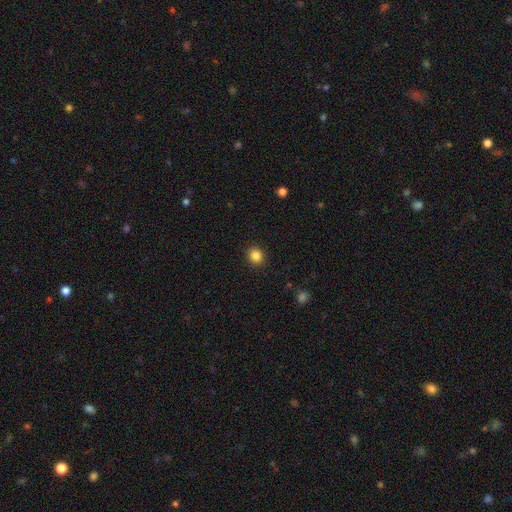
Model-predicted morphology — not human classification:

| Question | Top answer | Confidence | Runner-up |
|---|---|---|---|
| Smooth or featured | smooth | 85% | star or artifact (11%) |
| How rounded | round | 78% | in between (21%) |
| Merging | none | 91% | minor disturbance (6%) |